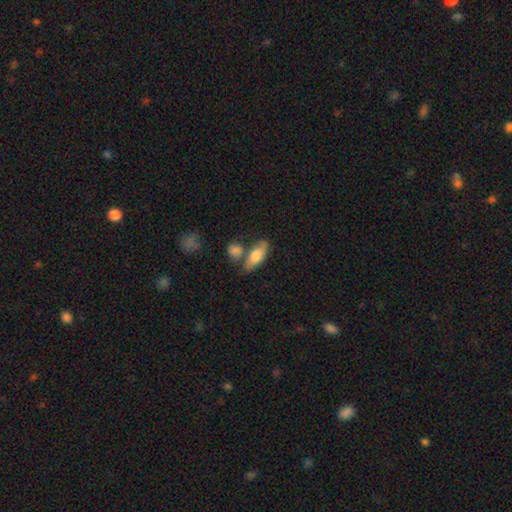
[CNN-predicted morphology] This appears to be a smooth galaxy with no disk features (73%) that is in between round and cigar-shaped (76%). Merging: none (56%).